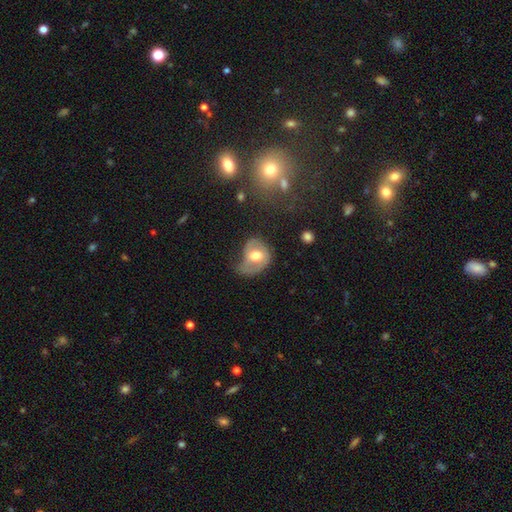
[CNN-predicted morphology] This appears to be a featured or disk galaxy (50%). Merging: minor disturbance (33%, tied with major disturbance).